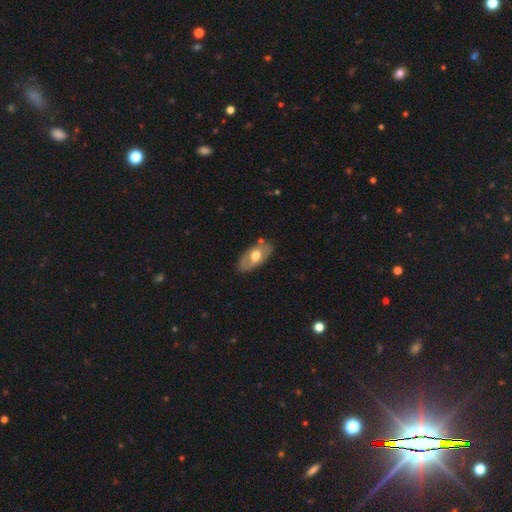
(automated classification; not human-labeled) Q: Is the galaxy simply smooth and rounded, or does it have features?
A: featured or disk — 48%.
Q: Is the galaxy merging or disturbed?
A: none — 79%.